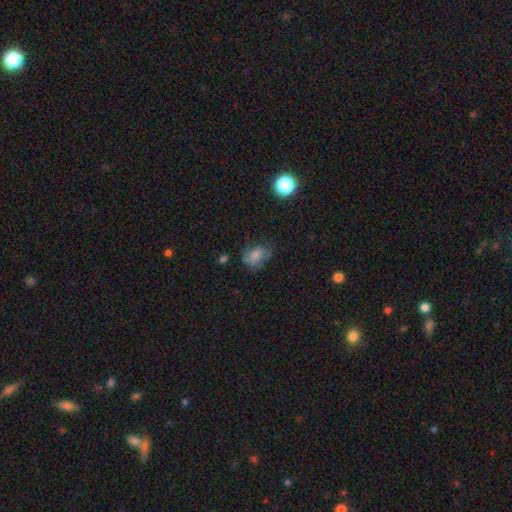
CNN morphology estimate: smooth-or-featured: smooth: 65% | featured or disk: 23% | star or artifact: 12%
  how-rounded: in between: 71% | round: 27% | cigar-shaped: 1%
  merging: none: 48% | minor disturbance: 31% | major disturbance: 19% | merger: 3%